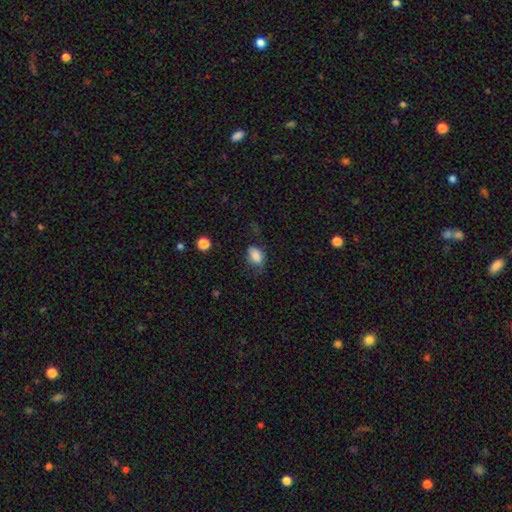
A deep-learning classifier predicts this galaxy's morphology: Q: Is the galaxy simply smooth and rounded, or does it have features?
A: smooth — 83%.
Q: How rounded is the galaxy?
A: in between — 80%.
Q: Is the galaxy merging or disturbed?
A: none — 53%.